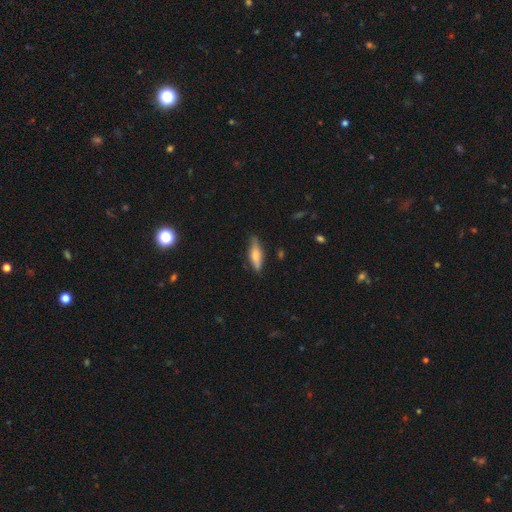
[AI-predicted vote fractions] Morphology: type=smooth (58%); roundness=cigar-shaped (59%); merging=none (78%).